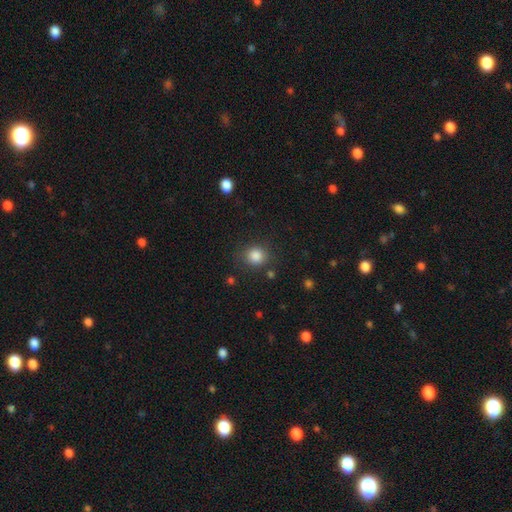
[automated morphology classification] The model was most divided on "how rounded": round: 83%, in between: 16%, cigar-shaped: 1%. More confident: smooth or featured — smooth (85%); merging — none (81%).